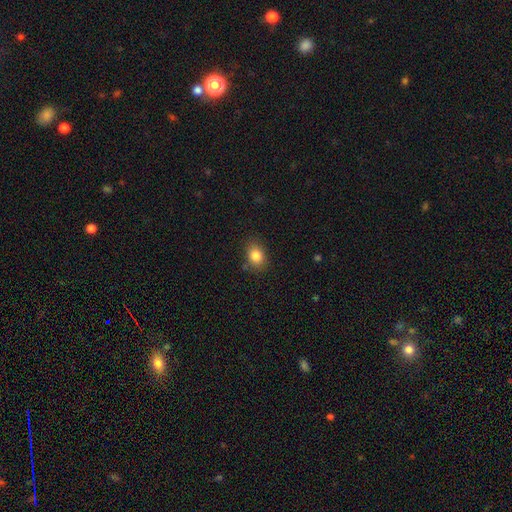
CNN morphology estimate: Smooth or featured?
  - smooth: 84% *
  - star or artifact: 10%
  - featured or disk: 6%
How rounded?
  - in between: 58% *
  - round: 41%
  - cigar-shaped: 1%
Merging?
  - none: 80% *
  - minor disturbance: 15%
  - major disturbance: 4%
  - merger: 2%